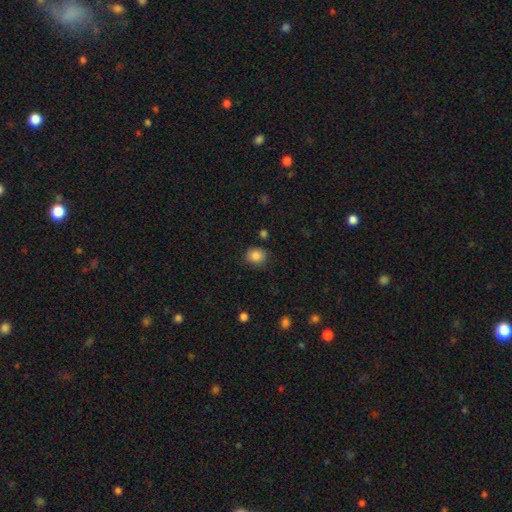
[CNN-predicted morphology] A smooth galaxy with no disk features (86%) that is round (70%).

Vote fractions:
- Smooth or featured? smooth: 86% / star or artifact: 10% / featured or disk: 4%
- How rounded? round: 70% / in between: 29% / cigar-shaped: 1%
- Merging? none: 81% / minor disturbance: 13% / major disturbance: 3% / merger: 2%